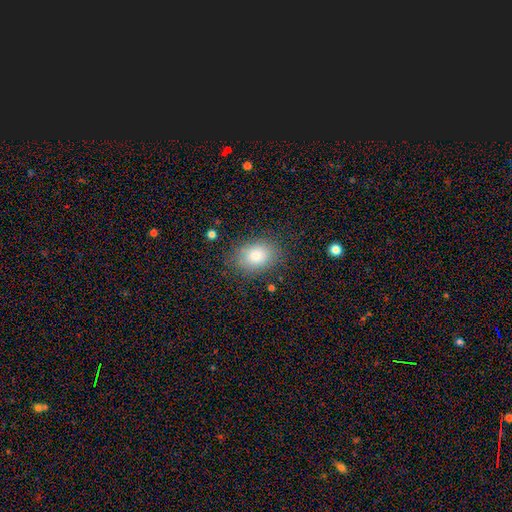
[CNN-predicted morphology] This appears to be a smooth galaxy with no disk features (82%) that is in between round and cigar-shaped (68%). Merging: none (82%).